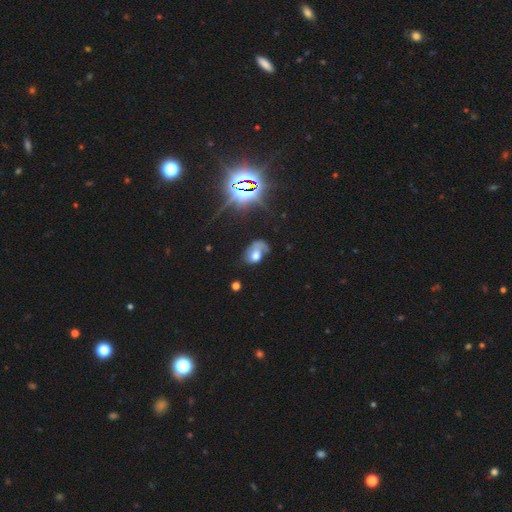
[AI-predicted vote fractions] Q: Smooth or featured?
A: smooth (49%); runner-up: featured or disk (34%)
Q: Merging?
A: major disturbance (36%); runner-up: none (29%)